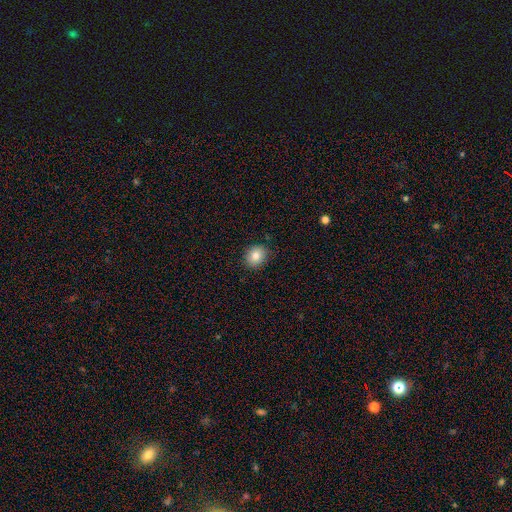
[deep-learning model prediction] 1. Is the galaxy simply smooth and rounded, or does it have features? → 83% smooth, 10% star or artifact, 7% featured or disk.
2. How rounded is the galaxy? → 71% round, 28% in between, 1% cigar-shaped.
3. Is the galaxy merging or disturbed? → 86% none, 10% minor disturbance, 2% major disturbance, 1% merger.